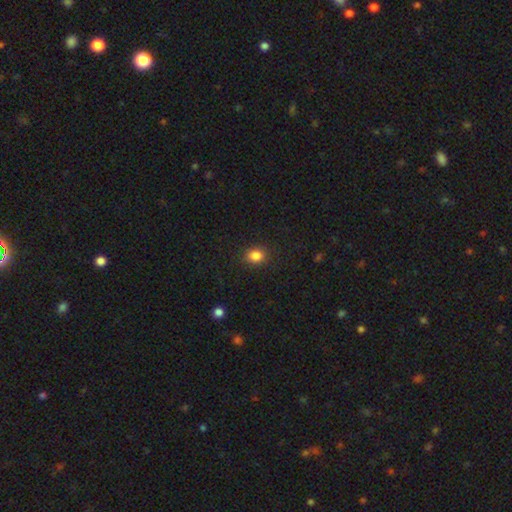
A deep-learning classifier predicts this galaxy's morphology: Smooth or featured: smooth — 85% (star or artifact — 11%)
How rounded: round — 57% (in between — 42%)
Merging: none — 88% (minor disturbance — 8%)